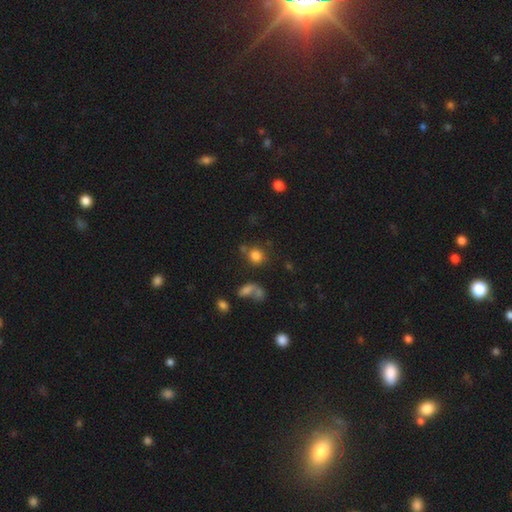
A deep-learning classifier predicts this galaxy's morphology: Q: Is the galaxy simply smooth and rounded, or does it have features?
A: smooth — 80%.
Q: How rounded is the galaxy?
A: round — 79%.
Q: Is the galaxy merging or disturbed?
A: none — 64%.